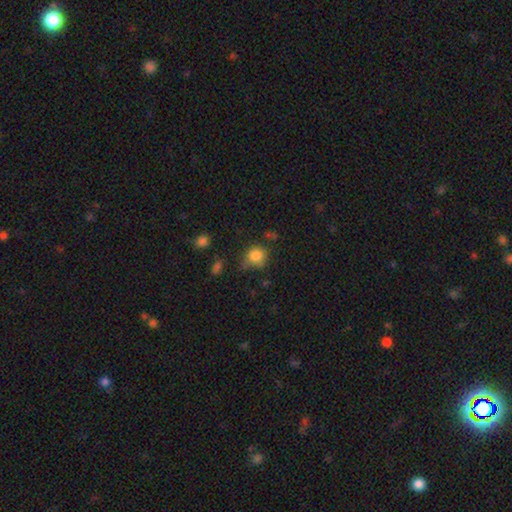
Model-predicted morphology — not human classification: Smooth or featured? smooth (83%)
How rounded? round (75%)
Merging? none (56%)